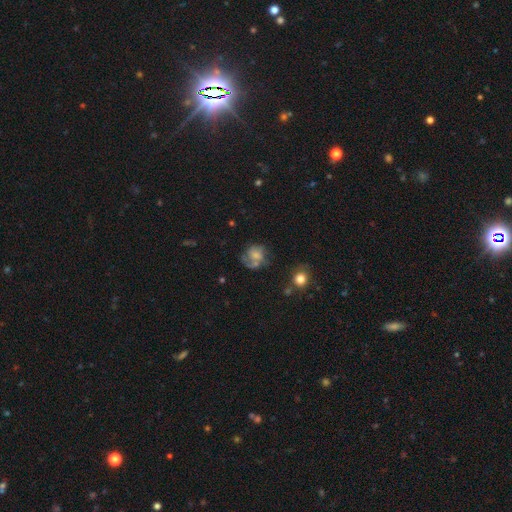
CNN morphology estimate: smooth-or-featured: featured or disk: 46% | smooth: 43% | star or artifact: 11%
  merging: none: 43% | major disturbance: 25% | minor disturbance: 23% | merger: 10%